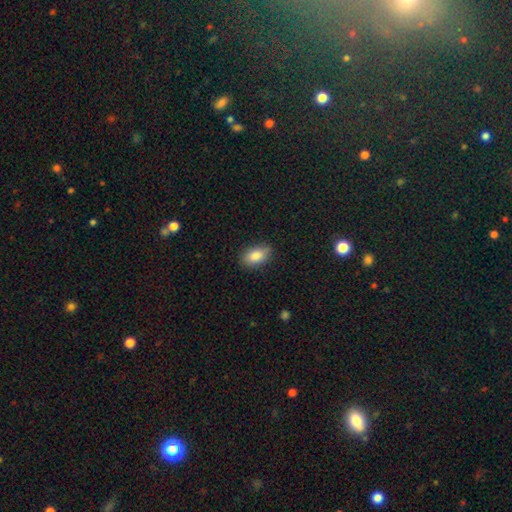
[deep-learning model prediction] A smooth galaxy with no disk features (86%) that is in between round and cigar-shaped (91%). Merging: none (85%).